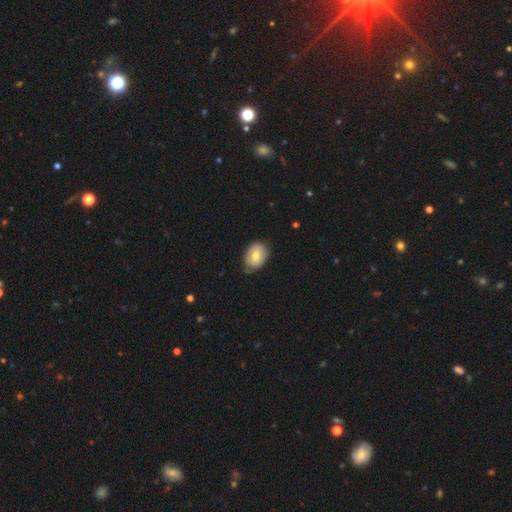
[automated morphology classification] Smooth or featured: smooth — 69% (featured or disk — 24%)
How rounded: in between — 74% (round — 25%)
Merging: none — 74% (minor disturbance — 21%)